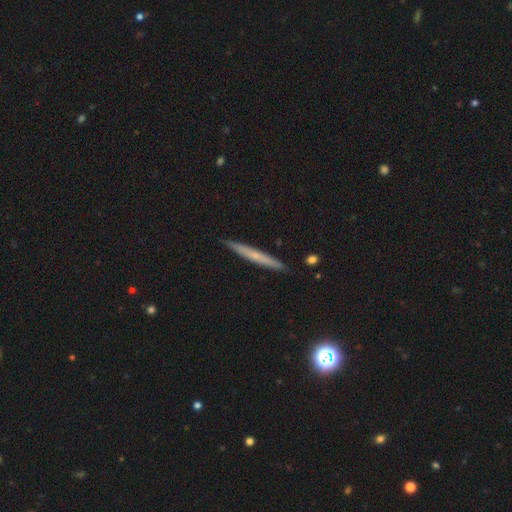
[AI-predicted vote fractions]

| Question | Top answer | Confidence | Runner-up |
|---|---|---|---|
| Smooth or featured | smooth | 49% | featured or disk (44%) |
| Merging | none | 90% | minor disturbance (7%) |